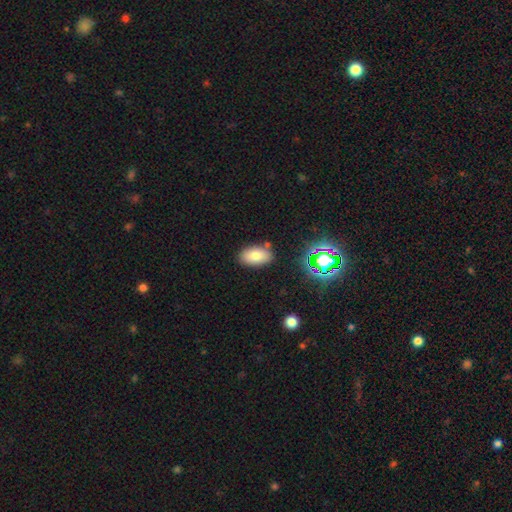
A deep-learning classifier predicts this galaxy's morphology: Q: Smooth or featured?
A: smooth (77%); runner-up: star or artifact (11%)
Q: How rounded?
A: in between (92%); runner-up: round (6%)
Q: Merging?
A: none (82%); runner-up: minor disturbance (11%)